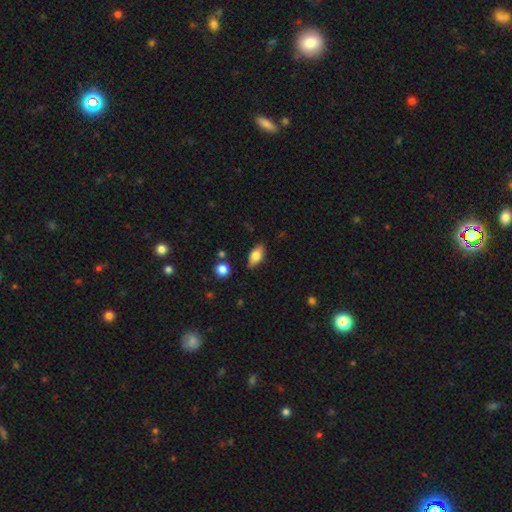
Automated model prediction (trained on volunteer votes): Smooth or featured? smooth (76%)
How rounded? in between (86%)
Merging? none (84%)